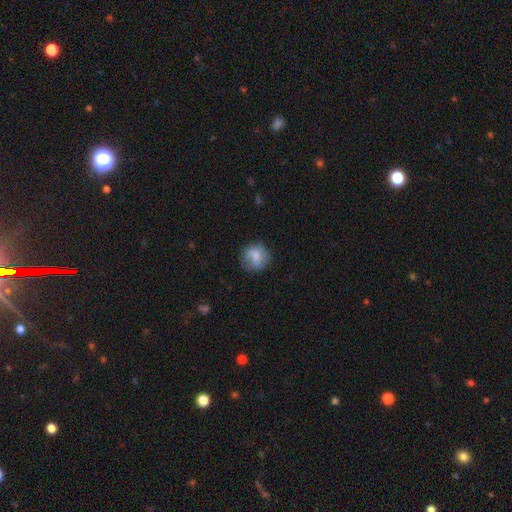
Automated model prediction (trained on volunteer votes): A smooth galaxy with no disk features (70%) that is round (82%). Merging: none (68%).